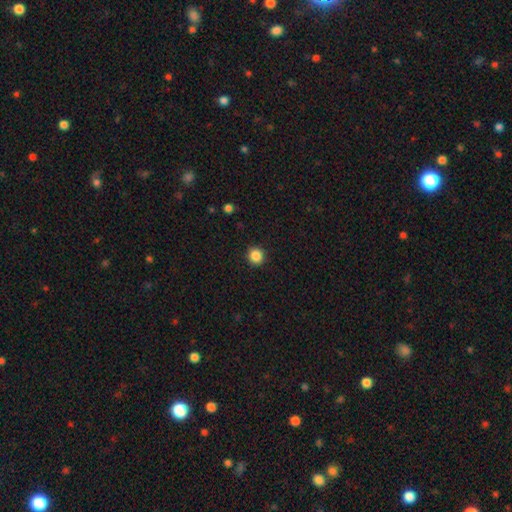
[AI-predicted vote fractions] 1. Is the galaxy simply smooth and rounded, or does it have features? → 87% smooth, 10% star or artifact, 3% featured or disk.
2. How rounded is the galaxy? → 90% round, 9% in between, 1% cigar-shaped.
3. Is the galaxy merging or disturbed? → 92% none, 6% minor disturbance, 2% major disturbance, 1% merger.